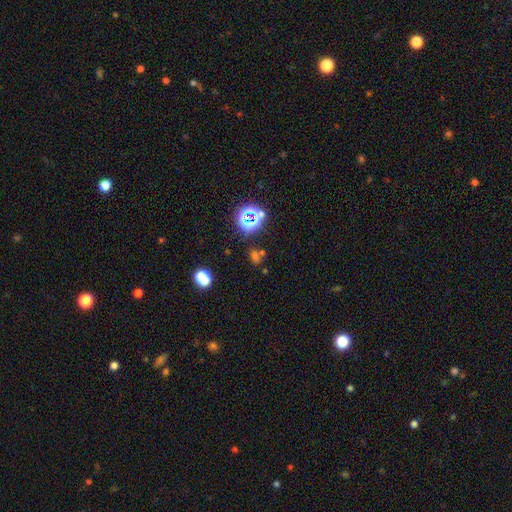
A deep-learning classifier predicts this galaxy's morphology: Q: Smooth or featured?
A: star or artifact (56%); runner-up: smooth (35%)